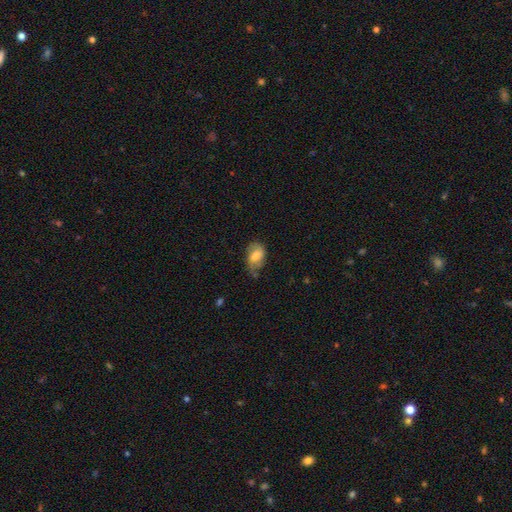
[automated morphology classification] A smooth galaxy with no disk features (62%) that is in between round and cigar-shaped (86%).

Vote fractions:
- Smooth or featured? smooth: 62% / featured or disk: 30% / star or artifact: 8%
- How rounded? in between: 86% / round: 12% / cigar-shaped: 2%
- Merging? none: 51% / minor disturbance: 33% / major disturbance: 12% / merger: 3%